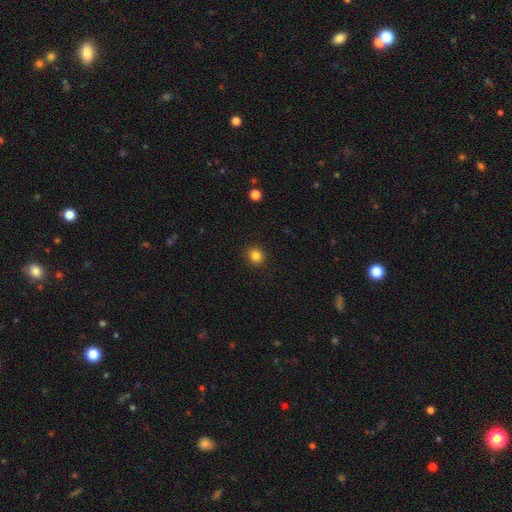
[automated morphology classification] Smooth or featured? Predicted: smooth (p=0.83). How rounded? Predicted: round (p=0.84). Merging? Predicted: none (p=0.91).